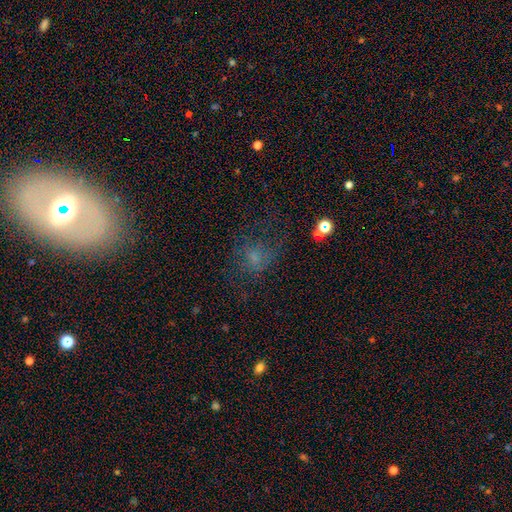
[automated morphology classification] Smooth or featured?
  - smooth: 47% *
  - star or artifact: 26%
  - featured or disk: 26%
Merging?
  - none: 48% *
  - major disturbance: 29%
  - minor disturbance: 20%
  - merger: 3%